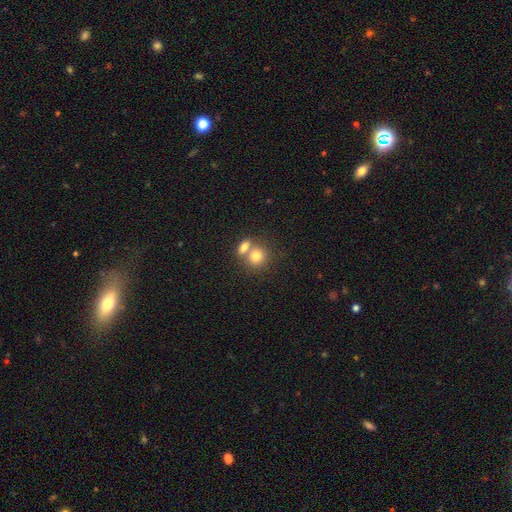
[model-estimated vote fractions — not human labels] Smooth or featured: smooth — 78% (featured or disk — 12%)
How rounded: round — 71% (in between — 28%)
Merging: merger — 51% (none — 39%)